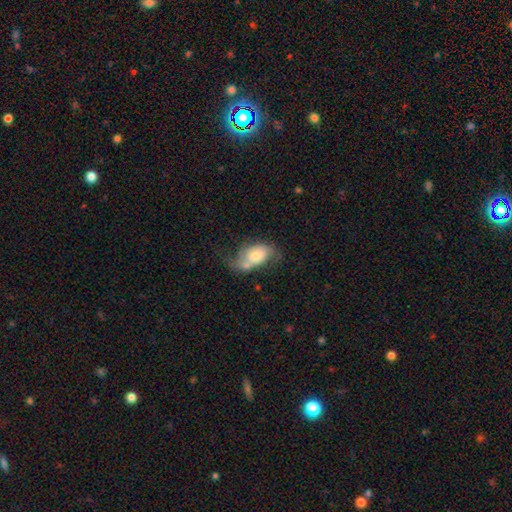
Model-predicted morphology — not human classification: featured or disk 47%, smooth 44%, star or artifact 8%. Down the decision tree: merging — none (37%).